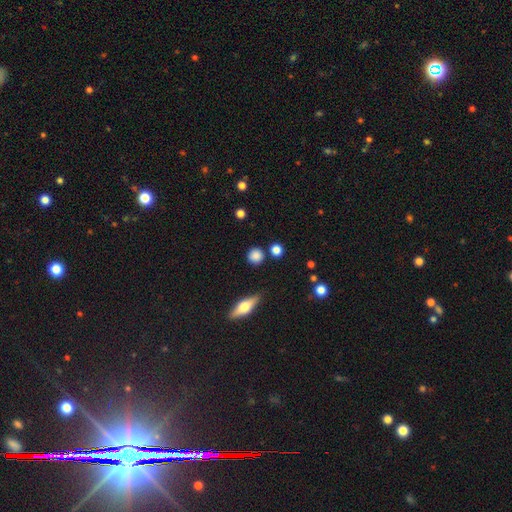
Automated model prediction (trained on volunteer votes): This is clearly a smooth galaxy (83%). How rounded: clearly round (91%). Merging: clearly none (84%).